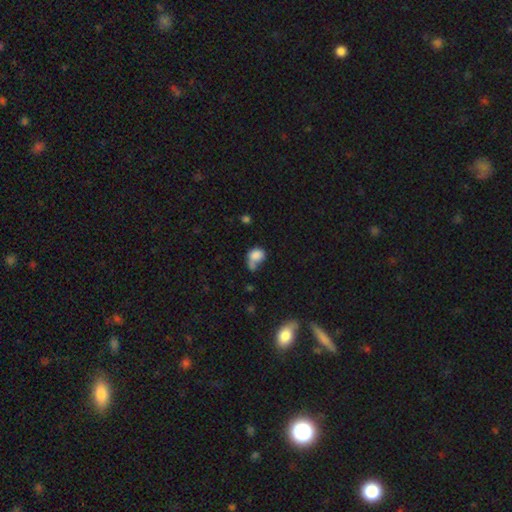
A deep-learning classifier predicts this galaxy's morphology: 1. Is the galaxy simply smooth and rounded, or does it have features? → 80% smooth, 10% star or artifact, 10% featured or disk.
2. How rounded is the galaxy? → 50% round, 49% in between, 1% cigar-shaped.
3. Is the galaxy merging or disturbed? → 37% merger, 30% none, 18% minor disturbance, 14% major disturbance.